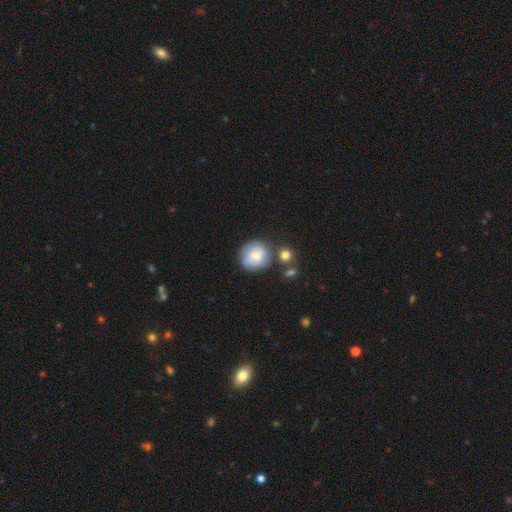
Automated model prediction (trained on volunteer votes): smooth-or-featured: smooth: 67% | featured or disk: 25% | star or artifact: 8%
  how-rounded: round: 86% | in between: 13% | cigar-shaped: 1%
  merging: none: 67% | minor disturbance: 17% | merger: 11% | major disturbance: 5%